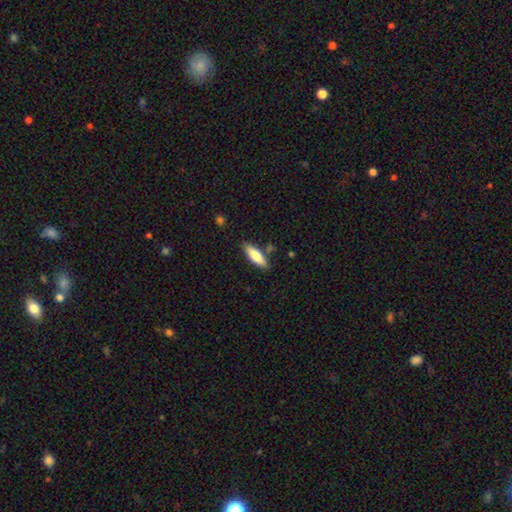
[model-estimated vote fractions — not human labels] A smooth galaxy with no disk features (71%) that is cigar-shaped (52%).

Vote fractions:
- Smooth or featured? smooth: 71% / featured or disk: 23% / star or artifact: 6%
- How rounded? cigar-shaped: 52% / in between: 46% / round: 2%
- Merging? none: 81% / minor disturbance: 12% / merger: 4% / major disturbance: 3%